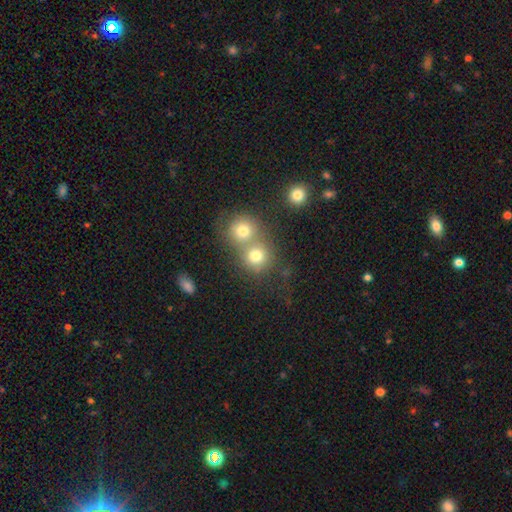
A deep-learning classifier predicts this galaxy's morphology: type=smooth (75%); roundness=round (84%); merging=merger (52%).